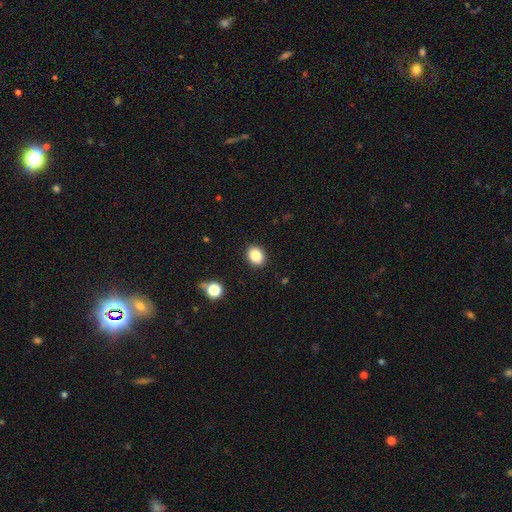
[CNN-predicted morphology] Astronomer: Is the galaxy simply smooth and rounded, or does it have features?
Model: smooth — 85%.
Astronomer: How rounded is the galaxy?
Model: round — 51% (runner-up: in between, 48%).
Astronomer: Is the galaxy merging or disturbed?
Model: none — 90%.